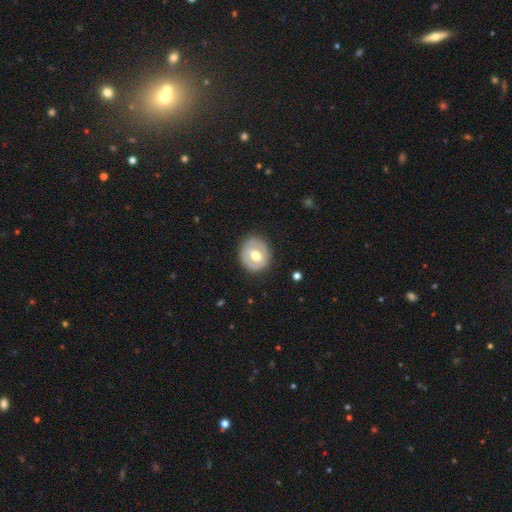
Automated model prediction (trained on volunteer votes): Q: Smooth or featured?
A: featured or disk (49%); runner-up: smooth (45%)
Q: Merging?
A: none (82%); runner-up: minor disturbance (13%)